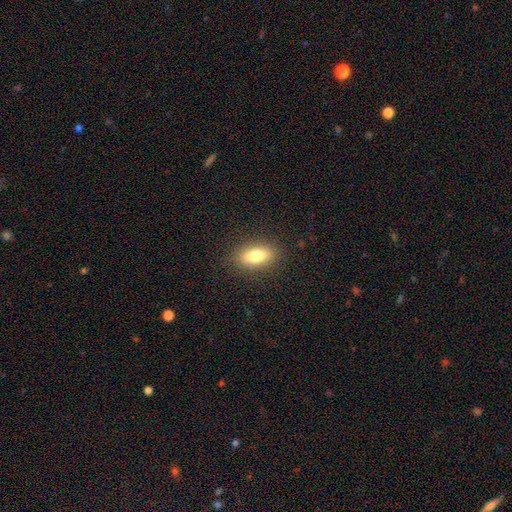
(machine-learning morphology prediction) Smooth or featured? smooth (80%)
How rounded? in between (82%)
Merging? none (87%)